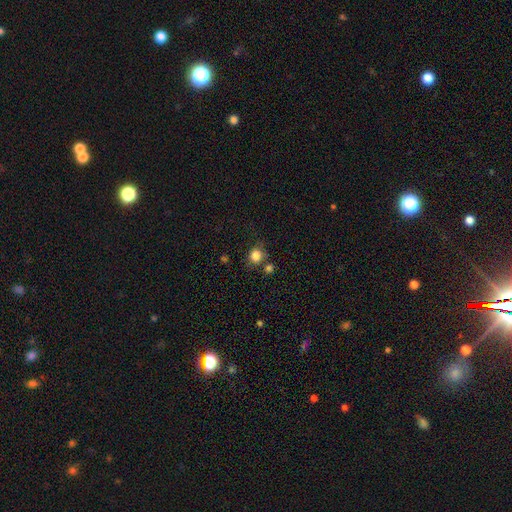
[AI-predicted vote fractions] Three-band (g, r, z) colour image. It shows a smooth galaxy with no disk features (84%) that is round (81%). Merging: none (71%).